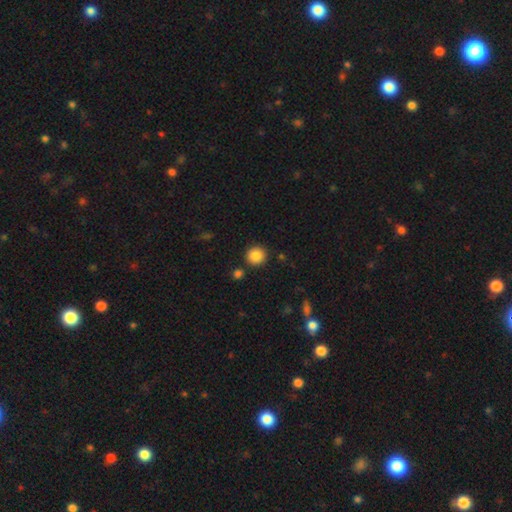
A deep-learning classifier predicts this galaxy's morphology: A smooth galaxy with no disk features (88%) that is round (93%). Merging: none (88%).